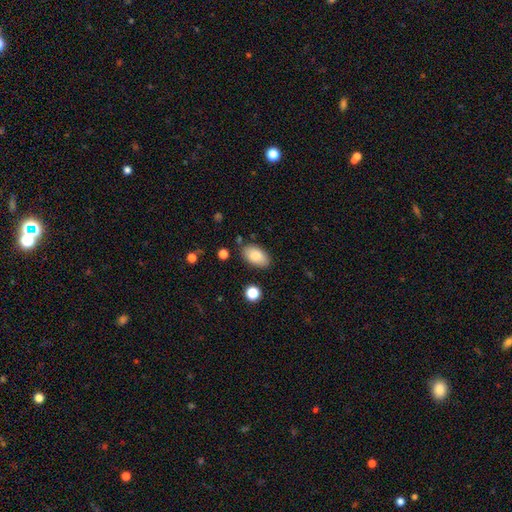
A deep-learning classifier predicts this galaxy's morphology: This appears to be a smooth galaxy with no disk features (84%) that is in between round and cigar-shaped (94%). Merging: none (84%).